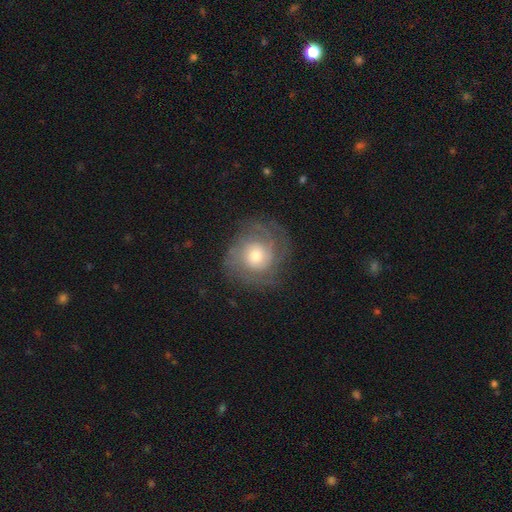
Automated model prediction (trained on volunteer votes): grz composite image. It shows a featured or disk galaxy (69%) with no bar (79%), tight (61%) spiral arms (88%) and a moderate central bulge (63%). Merging: none (74%).